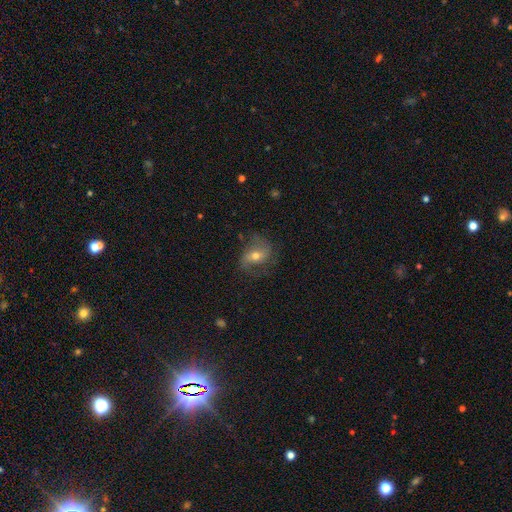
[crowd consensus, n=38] featured or disk 63%, smooth 26%, star or artifact 11%. Down the decision tree: edge-on disk — no (92%); bar — strong (41%); spiral arms — yes (100%); spiral arm count — 2 (86%); spiral winding — medium (55%); bulge size — moderate (68%); merging — none (62%).